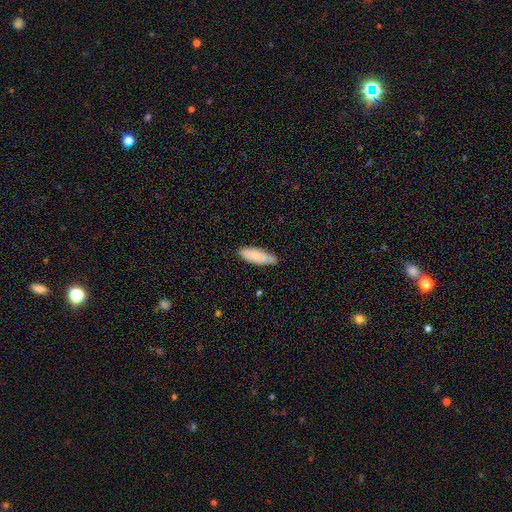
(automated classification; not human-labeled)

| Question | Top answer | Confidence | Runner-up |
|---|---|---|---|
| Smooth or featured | smooth | 82% | featured or disk (12%) |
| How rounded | in between | 62% | cigar-shaped (36%) |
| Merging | none | 70% | minor disturbance (25%) |